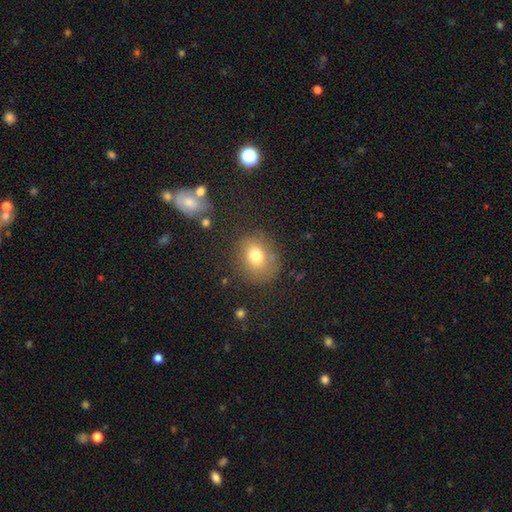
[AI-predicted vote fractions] Overall: smooth (74%). How rounded: round (66%; in between 33%). Merging: none (75%).